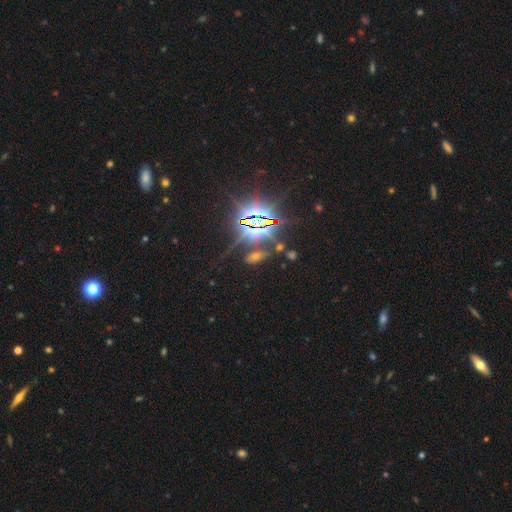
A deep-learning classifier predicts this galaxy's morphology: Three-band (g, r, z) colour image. It shows a star or artifact, not a galaxy (72%).